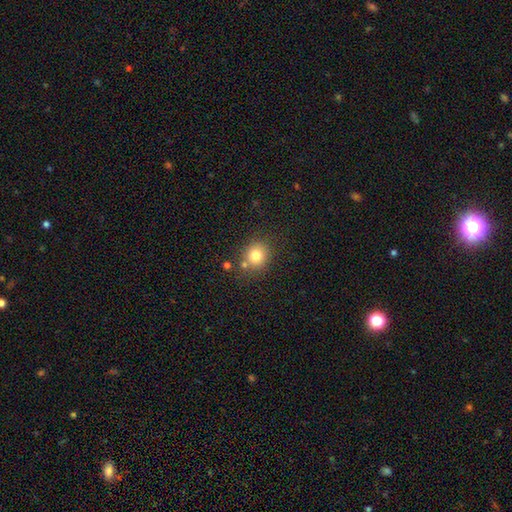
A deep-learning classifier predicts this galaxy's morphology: smooth 79%, star or artifact 12%, featured or disk 9%. Down the decision tree: how rounded — round (79%); merging — none (72%).